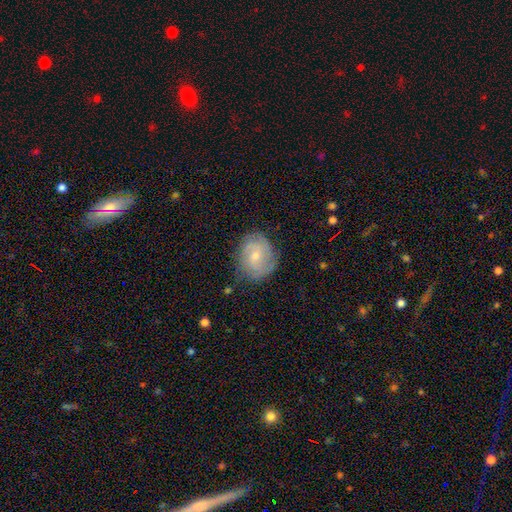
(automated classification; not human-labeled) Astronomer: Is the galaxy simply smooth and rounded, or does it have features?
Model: featured or disk — 68%.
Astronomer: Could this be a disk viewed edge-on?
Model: no — 97%.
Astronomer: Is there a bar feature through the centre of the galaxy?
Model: no — 61%.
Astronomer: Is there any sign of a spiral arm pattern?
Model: yes — 90%.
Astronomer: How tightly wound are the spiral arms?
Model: tight — 51% (runner-up: medium, 37%).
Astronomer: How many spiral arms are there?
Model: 2 — 34% (runner-up: can't tell, 31%).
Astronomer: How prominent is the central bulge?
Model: small — 57% (runner-up: moderate, 39%).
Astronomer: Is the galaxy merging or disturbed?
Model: none — 73%.